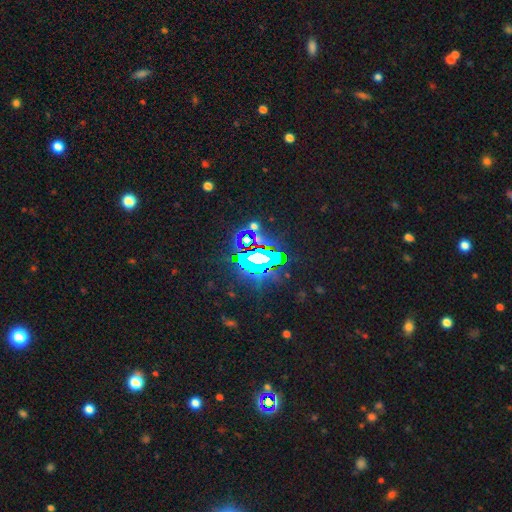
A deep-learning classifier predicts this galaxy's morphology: smooth-or-featured: star or artifact: 70% | featured or disk: 16% | smooth: 14%